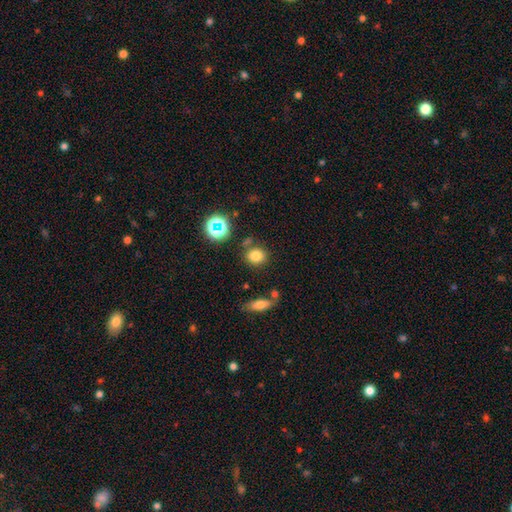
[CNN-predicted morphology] A smooth galaxy with no disk features (77%) that is round (72%).

Vote fractions:
- Smooth or featured? smooth: 77% / star or artifact: 15% / featured or disk: 7%
- How rounded? round: 72% / in between: 27% / cigar-shaped: 2%
- Merging? none: 75% / minor disturbance: 12% / merger: 9% / major disturbance: 4%